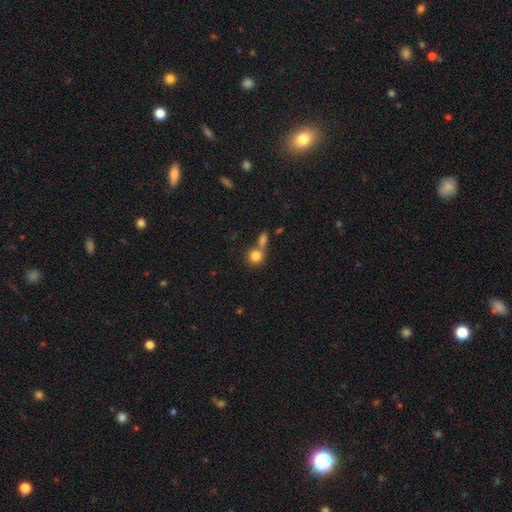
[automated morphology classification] smooth 82%, star or artifact 9%, featured or disk 8%. Down the decision tree: how rounded — round (85%); merging — merger (45%).